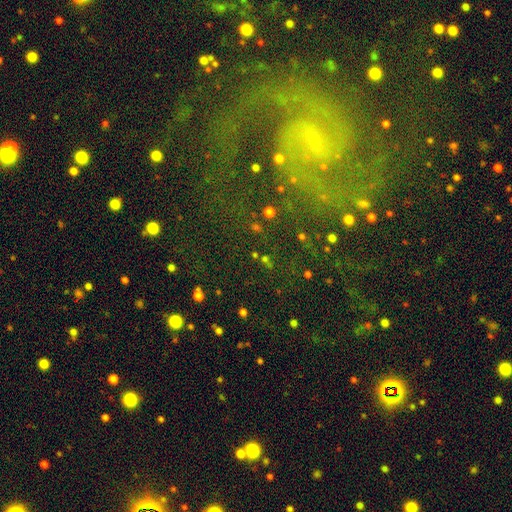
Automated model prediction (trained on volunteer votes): smooth_or_featured: star or artifact (p=0.58) [alt: smooth p=0.24]